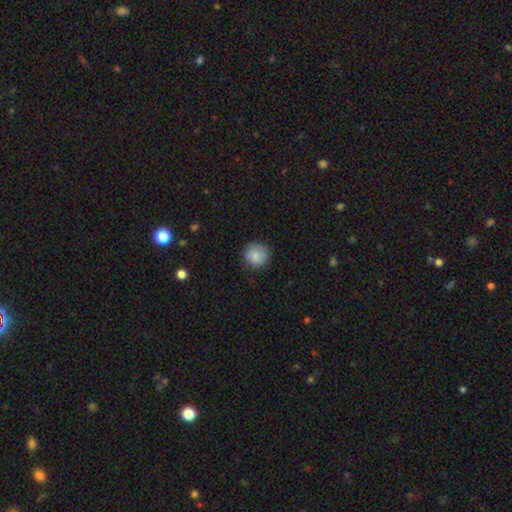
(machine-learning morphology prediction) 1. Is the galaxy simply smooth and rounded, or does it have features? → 84% smooth, 9% featured or disk, 7% star or artifact.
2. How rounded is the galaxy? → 91% round, 8% in between, 1% cigar-shaped.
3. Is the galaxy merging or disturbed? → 83% none, 13% minor disturbance, 3% major disturbance, 1% merger.